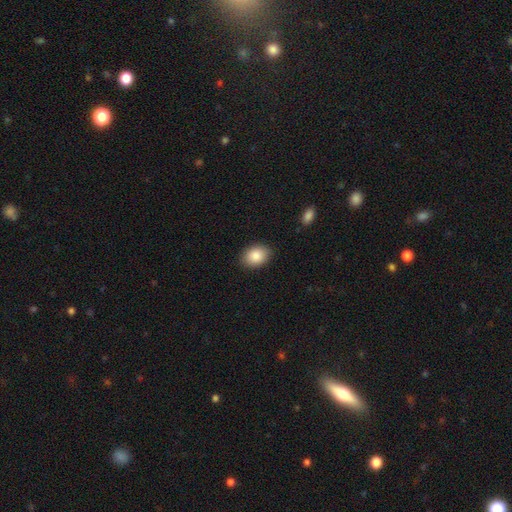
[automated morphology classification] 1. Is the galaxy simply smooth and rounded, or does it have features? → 87% smooth, 7% star or artifact, 6% featured or disk.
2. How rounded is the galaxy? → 73% in between, 26% round, 1% cigar-shaped.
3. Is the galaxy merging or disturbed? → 88% none, 9% minor disturbance, 2% major disturbance, 1% merger.